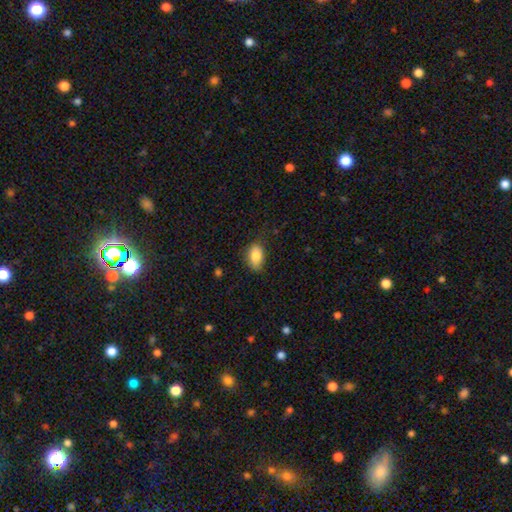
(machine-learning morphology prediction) Smooth or featured? smooth (83%)
How rounded? in between (88%)
Merging? none (71%)